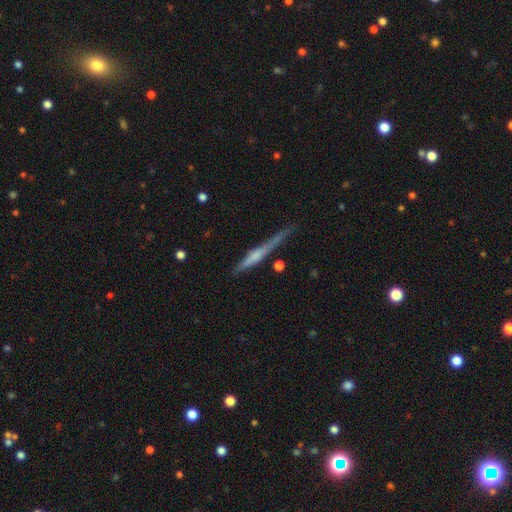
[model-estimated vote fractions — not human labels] Overall: featured or disk (54%; smooth 39%). Edge-on disk: yes (96%). Edge-on bulge: none (41%; rounded 40%). Merging: none (69%).